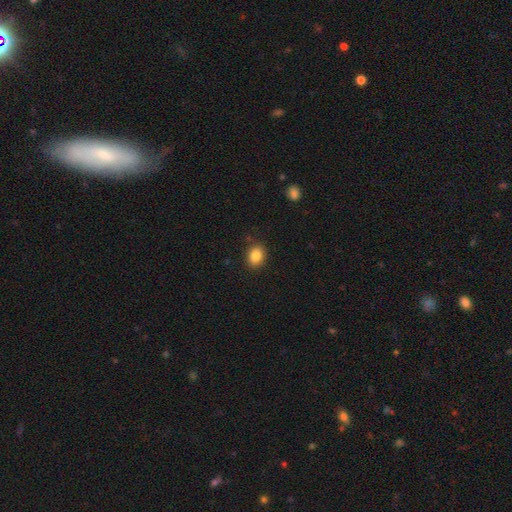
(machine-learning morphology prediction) smooth 86%, star or artifact 9%, featured or disk 5%. Down the decision tree: how rounded — in between (59%); merging — none (86%).